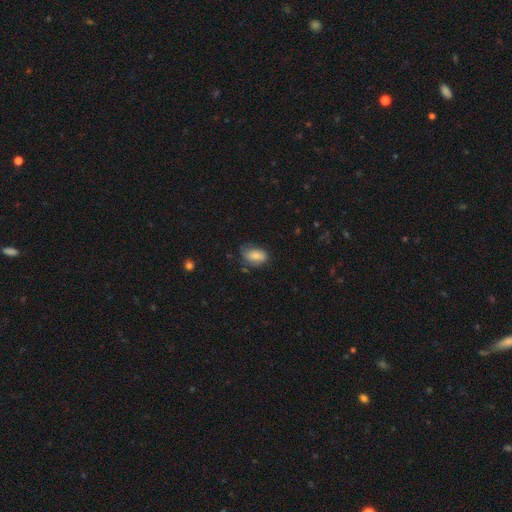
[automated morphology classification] The model was most divided on "merging": none: 52%, minor disturbance: 32%, major disturbance: 13%, merger: 2%. More confident: how rounded — in between (88%); smooth or featured — smooth (72%).